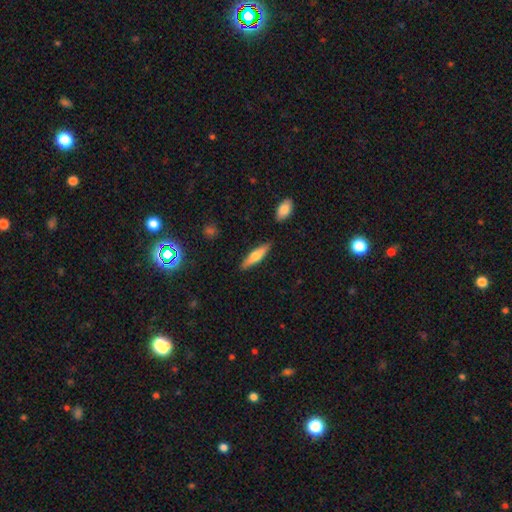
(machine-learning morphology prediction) This is possibly a smooth galaxy (59%). How rounded: likely cigar-shaped (75%). Merging: clearly none (86%).